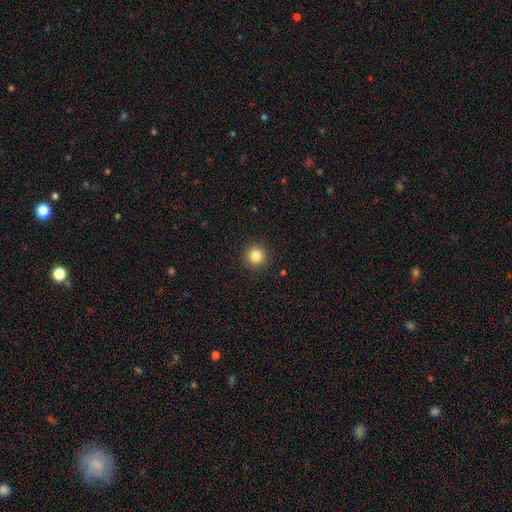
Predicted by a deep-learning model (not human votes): This is clearly a smooth galaxy (84%). How rounded: clearly round (95%). Merging: clearly none (93%).